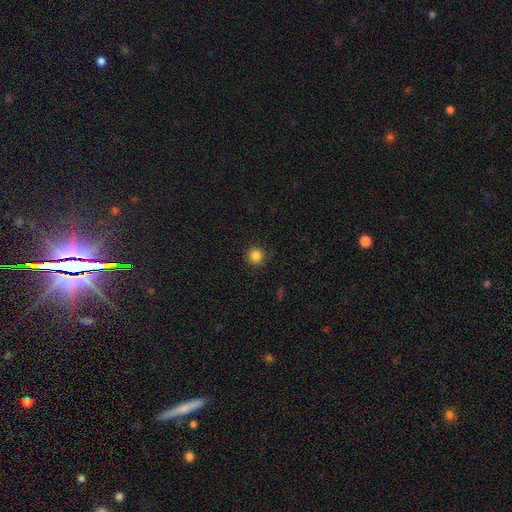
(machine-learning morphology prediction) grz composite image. It shows a smooth galaxy with no disk features (85%) that is round (95%). Merging: none (91%).